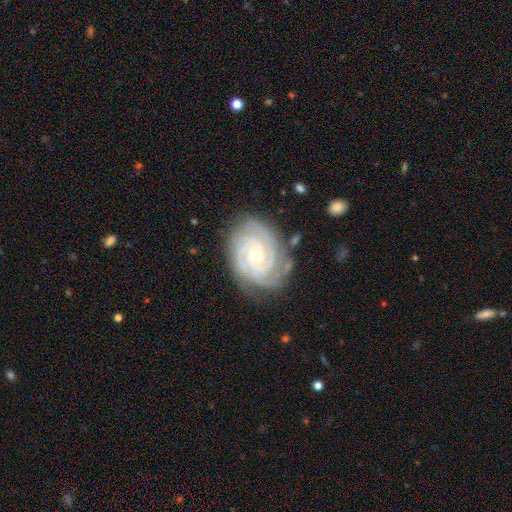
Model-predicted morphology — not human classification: This appears to be a featured or disk galaxy (91%) with no bar (71%), 3 (38%) tight (82%) spiral arms (99%) and a small central bulge (70%). Merging: none (78%).